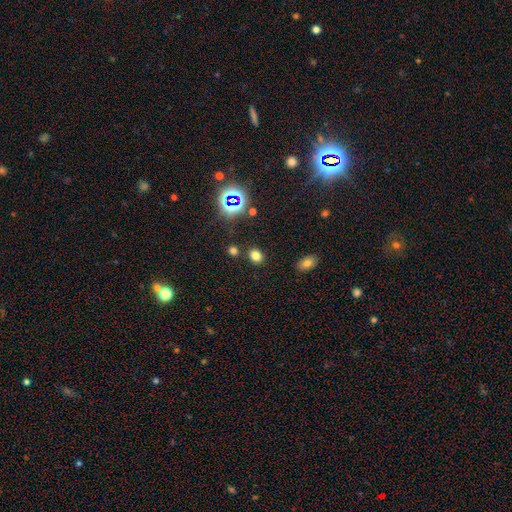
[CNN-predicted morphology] type=smooth (73%); roundness=round (51%); merging=none (83%).